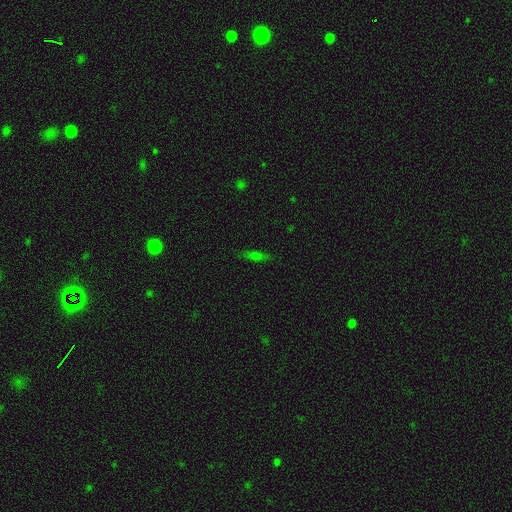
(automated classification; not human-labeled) Smooth or featured: smooth — 53% (featured or disk — 31%)
How rounded: cigar-shaped — 68% (in between — 28%)
Merging: none — 85% (minor disturbance — 11%)